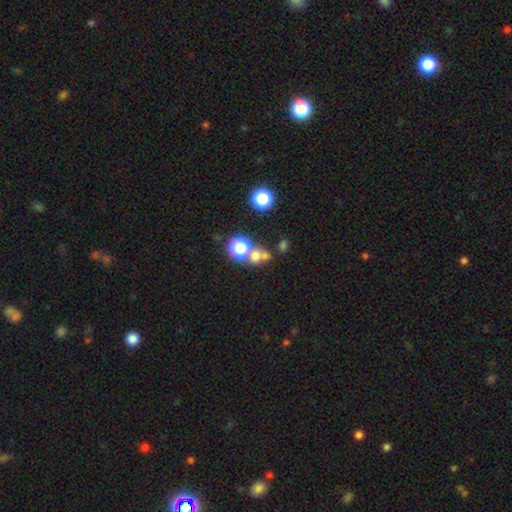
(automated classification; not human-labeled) smooth_or_featured: smooth (p=0.60) [alt: star or artifact p=0.29]
how_rounded: round (p=0.78) [alt: in between p=0.21]
merging: none (p=0.48) [alt: merger p=0.38]